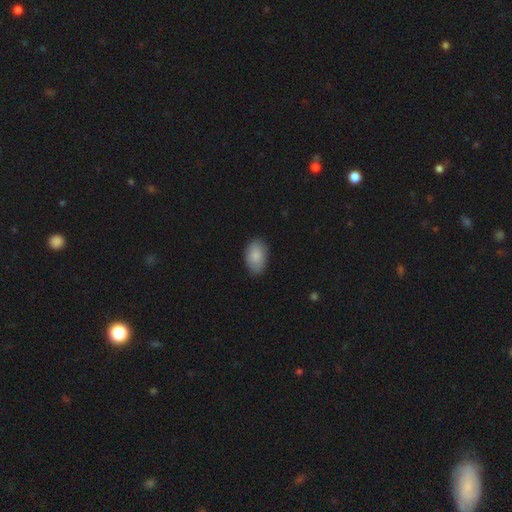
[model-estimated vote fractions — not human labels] Smooth or featured? Predicted: smooth (p=0.87). How rounded? Predicted: in between (p=0.92). Merging? Predicted: none (p=0.83).